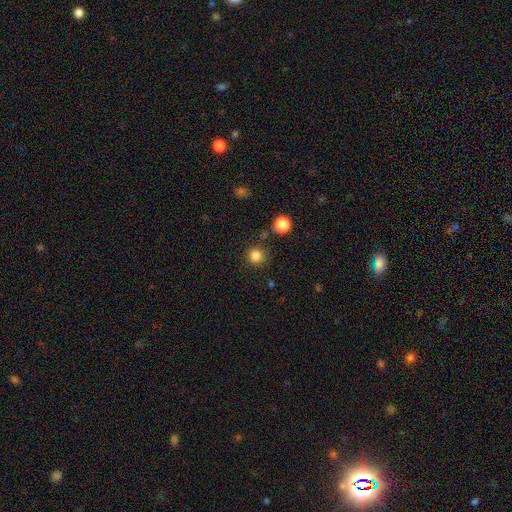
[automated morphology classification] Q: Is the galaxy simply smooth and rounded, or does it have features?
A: smooth — 83%.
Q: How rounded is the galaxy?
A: round — 94%.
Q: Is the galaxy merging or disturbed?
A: none — 85%.